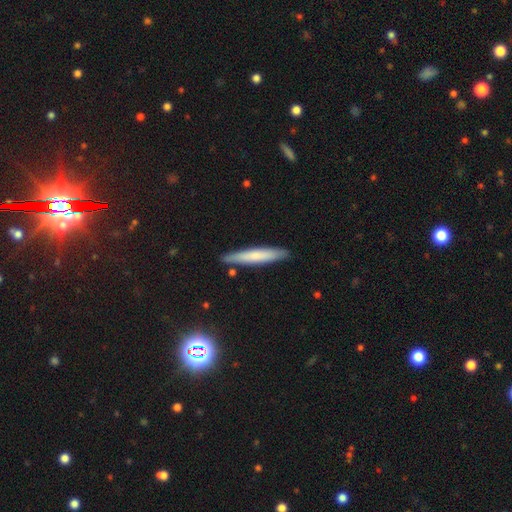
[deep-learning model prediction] Q: Smooth or featured?
A: smooth (65%); runner-up: featured or disk (29%)
Q: How rounded?
A: cigar-shaped (93%); runner-up: in between (5%)
Q: Merging?
A: none (88%); runner-up: minor disturbance (9%)